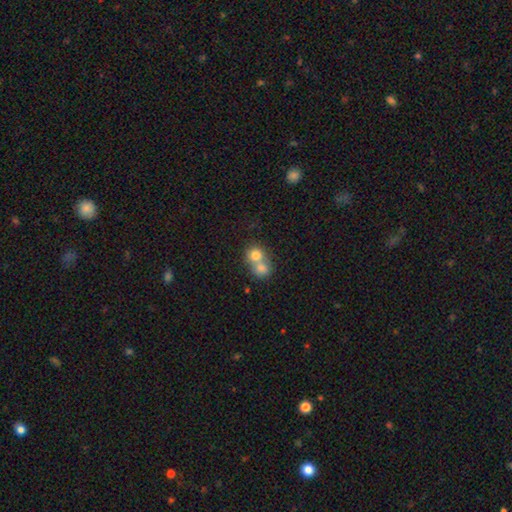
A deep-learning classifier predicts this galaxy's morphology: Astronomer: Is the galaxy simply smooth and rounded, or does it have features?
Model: smooth — 78%.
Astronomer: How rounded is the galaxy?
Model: round — 81%.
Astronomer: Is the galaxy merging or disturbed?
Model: merger — 66%.